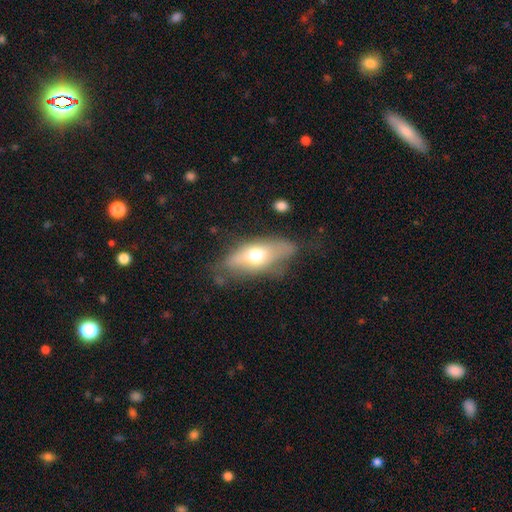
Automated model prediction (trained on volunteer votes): Q: Smooth or featured?
A: smooth (51%); runner-up: featured or disk (40%)
Q: How rounded?
A: in between (72%); runner-up: cigar-shaped (21%)
Q: Merging?
A: none (57%); runner-up: minor disturbance (25%)